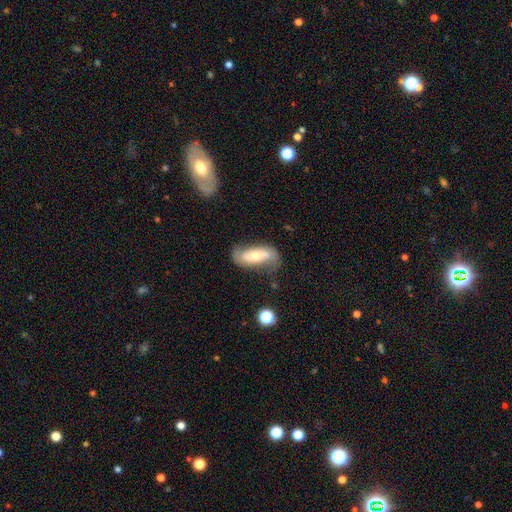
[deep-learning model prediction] This appears to be a featured or disk galaxy (56%). Merging: none (59%).